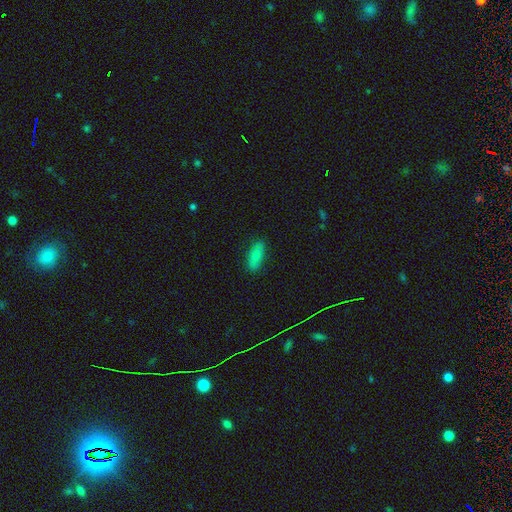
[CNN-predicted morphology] The model was most divided on "how rounded": in between: 73%, cigar-shaped: 24%, round: 3%. More confident: merging — none (85%); smooth or featured — smooth (77%).